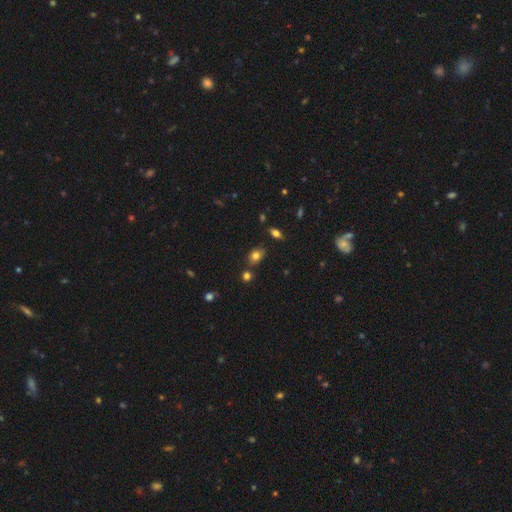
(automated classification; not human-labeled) smooth_or_featured: smooth (p=0.78) [alt: star or artifact p=0.13]
how_rounded: in between (p=0.71) [alt: round p=0.27]
merging: none (p=0.72) [alt: minor disturbance p=0.15]